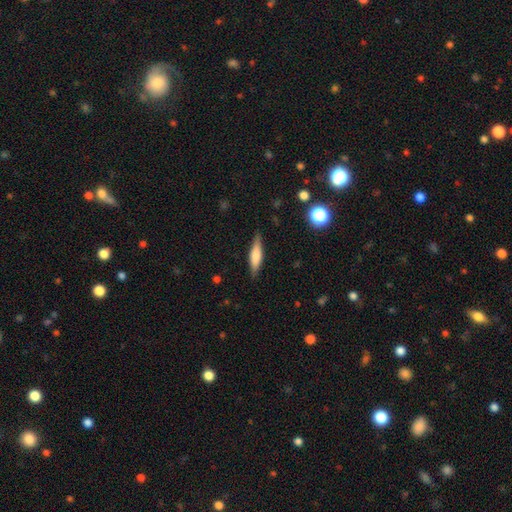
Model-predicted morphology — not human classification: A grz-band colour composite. It shows a smooth galaxy with no disk features (61%) that is cigar-shaped (72%). Merging: none (86%).